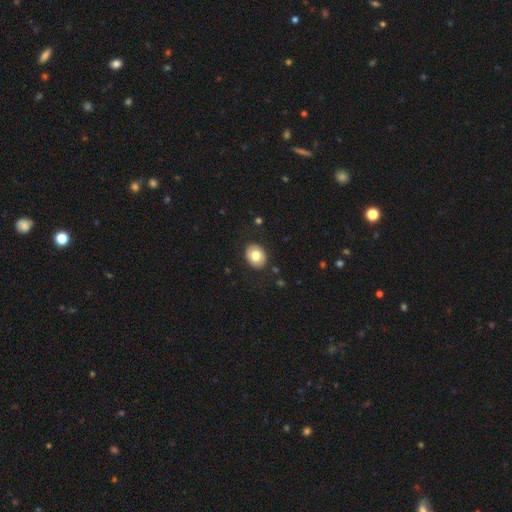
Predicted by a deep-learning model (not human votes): smooth 76%, featured or disk 16%, star or artifact 7%. Down the decision tree: how rounded — in between (55%); merging — none (87%).